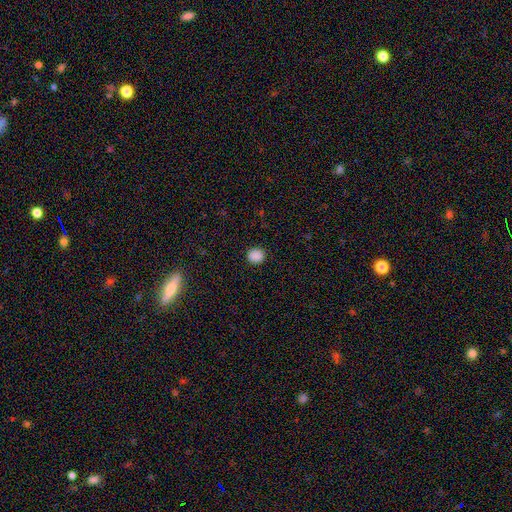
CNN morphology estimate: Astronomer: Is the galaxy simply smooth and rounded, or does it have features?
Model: smooth — 88%.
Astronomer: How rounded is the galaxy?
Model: round — 86%.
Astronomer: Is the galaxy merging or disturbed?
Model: none — 91%.